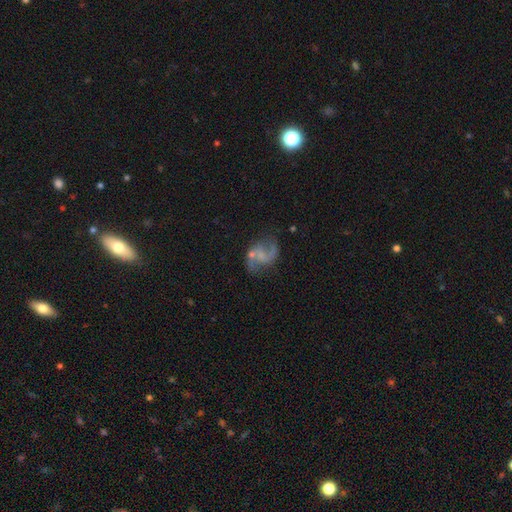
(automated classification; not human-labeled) A featured or disk galaxy (79%) with no bar (52%), 2 (88%) loose (54%) spiral arms (92%) and no central bulge (44%). Merging: none (56%).